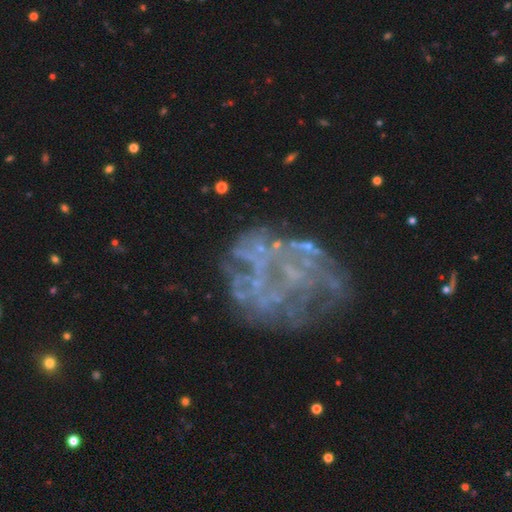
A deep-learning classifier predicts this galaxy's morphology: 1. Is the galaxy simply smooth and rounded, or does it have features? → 72% featured or disk, 15% star or artifact, 12% smooth.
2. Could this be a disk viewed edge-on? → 98% no, 2% yes.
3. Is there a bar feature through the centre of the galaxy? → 84% no, 12% weak, 4% strong.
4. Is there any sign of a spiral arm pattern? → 75% no, 25% yes.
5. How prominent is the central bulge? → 77% none, 15% small, 6% moderate, 1% large, 1% dominant.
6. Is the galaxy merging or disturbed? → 46% none, 32% major disturbance, 16% minor disturbance, 6% merger.